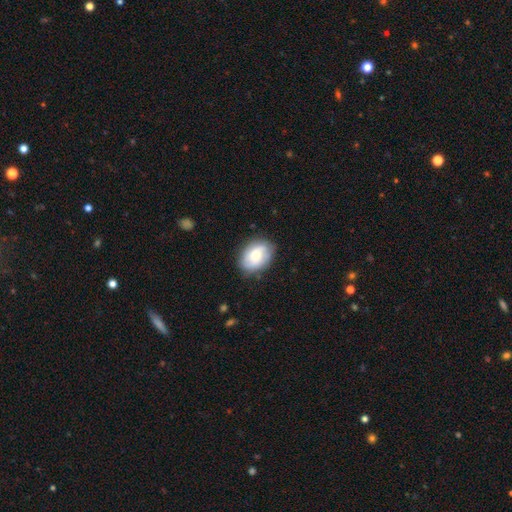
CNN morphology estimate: type=smooth (55%); roundness=in between (72%); merging=none (78%).